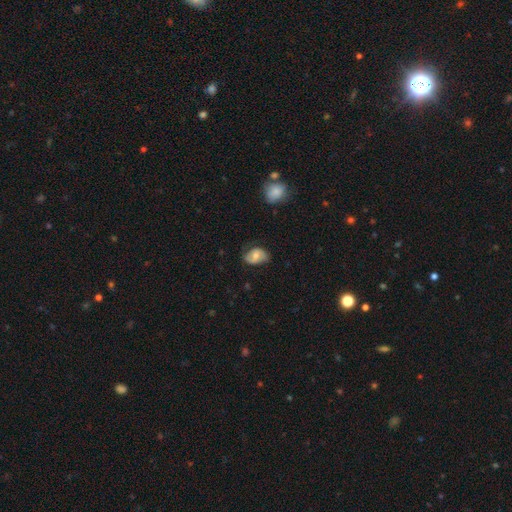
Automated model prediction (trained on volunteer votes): The model was most divided on "smooth or featured": smooth: 53%, featured or disk: 40%, star or artifact: 7%. More confident: how rounded — in between (79%); merging — none (64%).